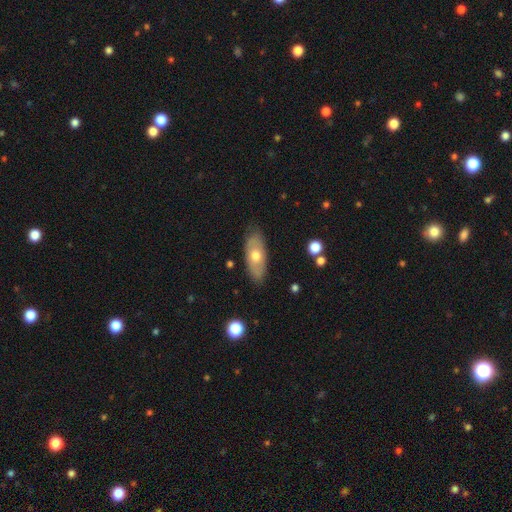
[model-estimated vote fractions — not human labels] The model was most divided on "smooth or featured": smooth: 53%, featured or disk: 41%, star or artifact: 6%. More confident: how rounded — in between (86%); merging — none (82%).